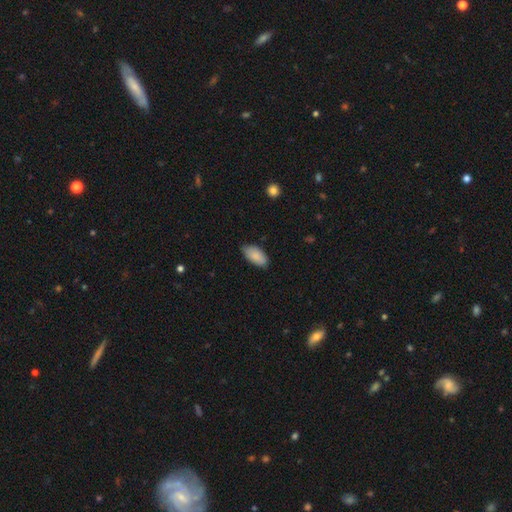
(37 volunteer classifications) Smooth or featured? smooth (89%)
How rounded? in between (91%)
Merging? none (83%)